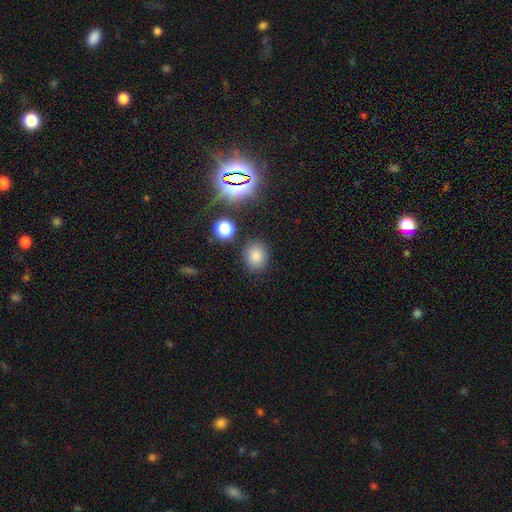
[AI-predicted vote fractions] smooth 78%, star or artifact 15%, featured or disk 6%. Down the decision tree: how rounded — round (64%); merging — none (85%).